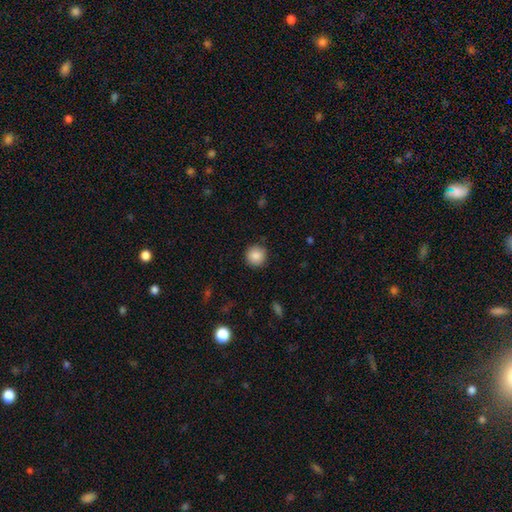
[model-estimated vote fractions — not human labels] This is clearly a smooth galaxy (87%). How rounded: clearly round (94%). Merging: clearly none (88%).